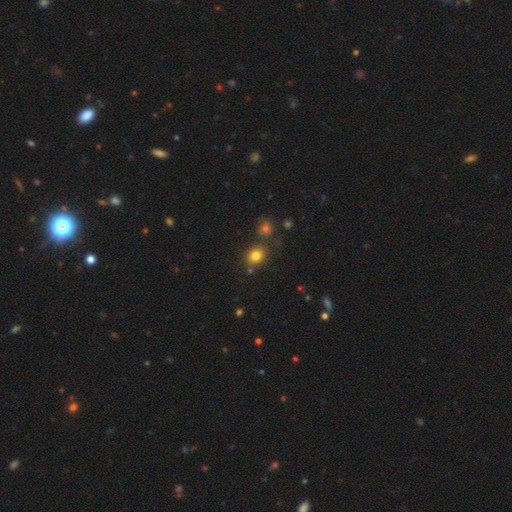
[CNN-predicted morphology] A smooth galaxy with no disk features (79%) that is round (61%).

Vote fractions:
- Smooth or featured? smooth: 79% / star or artifact: 14% / featured or disk: 7%
- How rounded? round: 61% / in between: 38% / cigar-shaped: 1%
- Merging? none: 74% / merger: 11% / minor disturbance: 11% / major disturbance: 4%